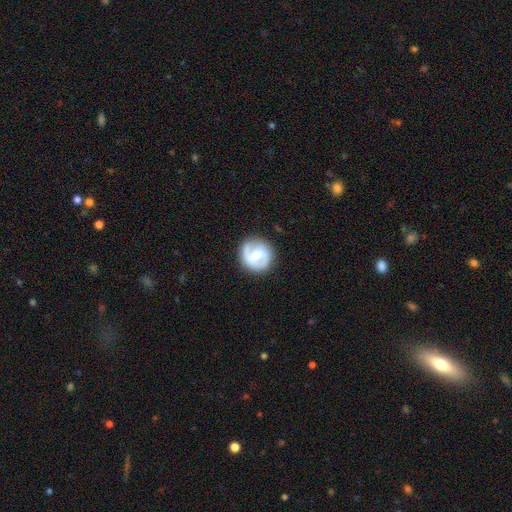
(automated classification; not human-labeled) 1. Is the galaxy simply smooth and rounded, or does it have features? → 75% featured or disk, 20% smooth, 5% star or artifact.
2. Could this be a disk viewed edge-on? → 98% no, 2% yes.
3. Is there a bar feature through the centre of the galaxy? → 50% weak, 25% no, 25% strong.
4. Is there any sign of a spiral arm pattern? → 89% yes, 11% no.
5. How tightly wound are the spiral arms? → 47% medium, 29% tight, 23% loose.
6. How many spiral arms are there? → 85% 2, 6% can't tell, 6% 1, 2% 3, 1% 4, 1% more than 4.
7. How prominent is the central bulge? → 47% moderate, 43% small, 4% none, 4% large, 1% dominant.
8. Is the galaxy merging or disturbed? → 83% none, 12% minor disturbance, 4% major disturbance, 1% merger.